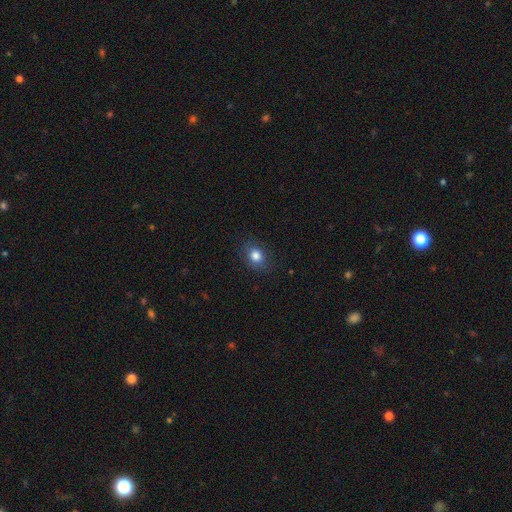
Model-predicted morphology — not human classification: Smooth or featured: smooth — 82% (star or artifact — 10%)
How rounded: round — 53% (in between — 46%)
Merging: none — 83% (minor disturbance — 13%)